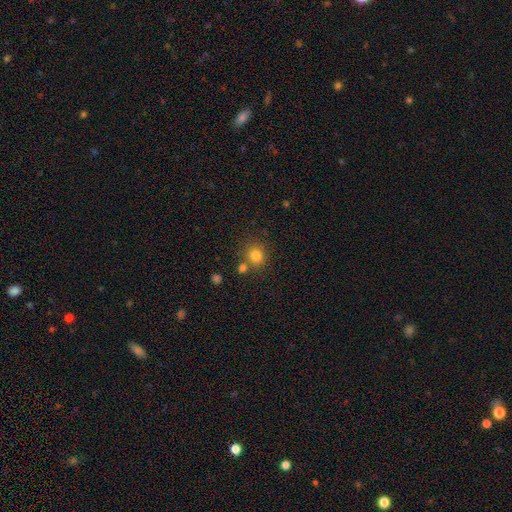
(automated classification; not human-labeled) Q: Smooth or featured?
A: smooth (80%); runner-up: star or artifact (14%)
Q: How rounded?
A: round (85%); runner-up: in between (14%)
Q: Merging?
A: none (72%); runner-up: merger (15%)